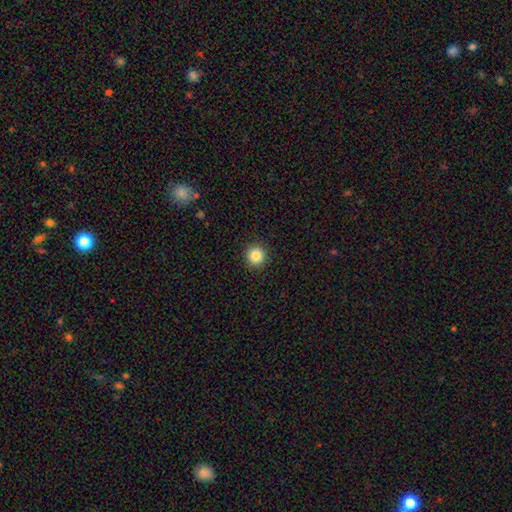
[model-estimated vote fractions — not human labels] The model was most divided on "smooth or featured": smooth: 84%, star or artifact: 11%, featured or disk: 5%. More confident: how rounded — round (95%); merging — none (93%).